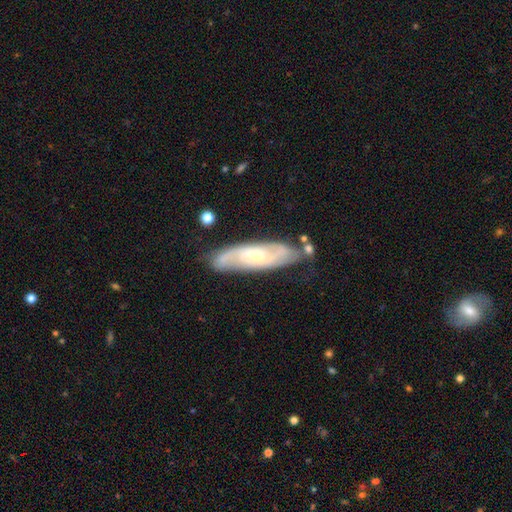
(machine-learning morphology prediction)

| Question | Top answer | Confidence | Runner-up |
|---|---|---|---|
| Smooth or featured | featured or disk | 71% | smooth (23%) |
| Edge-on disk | no | 80% | yes (20%) |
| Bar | no | 52% | weak (39%) |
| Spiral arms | yes | 90% | no (10%) |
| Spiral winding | tight | 45% | medium (40%) |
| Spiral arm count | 2 | 50% | can't tell (33%) |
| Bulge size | small | 59% | moderate (34%) |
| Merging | none | 69% | minor disturbance (20%) |